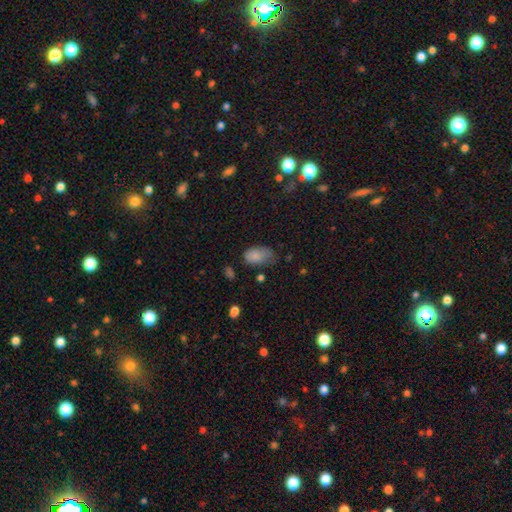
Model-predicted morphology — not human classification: Smooth or featured?
  - smooth: 83% *
  - star or artifact: 8%
  - featured or disk: 8%
How rounded?
  - in between: 92% *
  - round: 7%
  - cigar-shaped: 2%
Merging?
  - none: 41% *
  - minor disturbance: 40%
  - major disturbance: 16%
  - merger: 3%